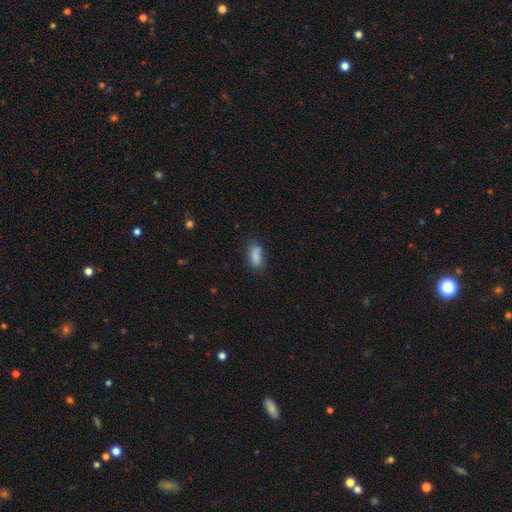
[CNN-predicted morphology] Overall: smooth (85%). How rounded: in between (86%). Merging: none (71%).